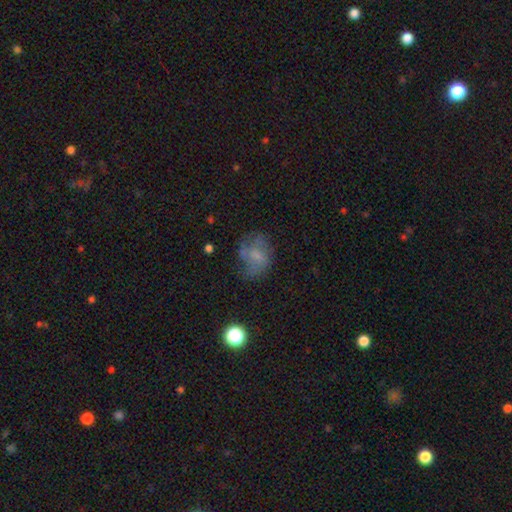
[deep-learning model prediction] This appears to be a smooth galaxy with no disk features (50%) that is in between round and cigar-shaped (58%). Merging: none (45%).